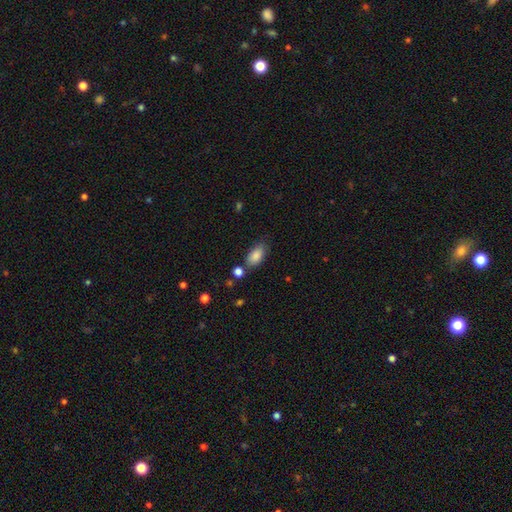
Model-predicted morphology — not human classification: Smooth or featured: smooth — 87% (star or artifact — 7%)
How rounded: in between — 91% (round — 4%)
Merging: none — 70% (minor disturbance — 19%)